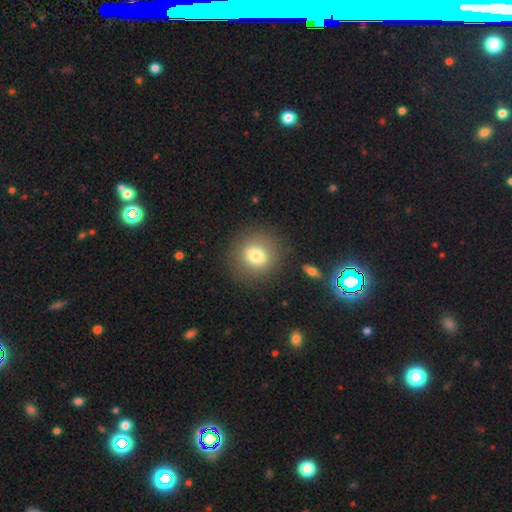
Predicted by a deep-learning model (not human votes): smooth-or-featured: smooth: 75% | featured or disk: 14% | star or artifact: 10%
  how-rounded: round: 86% | in between: 13% | cigar-shaped: 1%
  merging: none: 86% | minor disturbance: 8% | major disturbance: 4% | merger: 2%